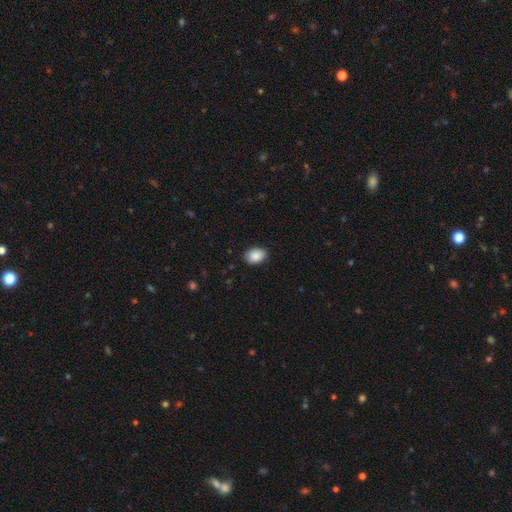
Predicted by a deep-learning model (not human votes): A smooth galaxy with no disk features (89%) that is in between round and cigar-shaped (81%).

Vote fractions:
- Smooth or featured? smooth: 89% / star or artifact: 7% / featured or disk: 4%
- How rounded? in between: 81% / round: 18% / cigar-shaped: 1%
- Merging? none: 87% / minor disturbance: 10% / major disturbance: 2% / merger: 1%